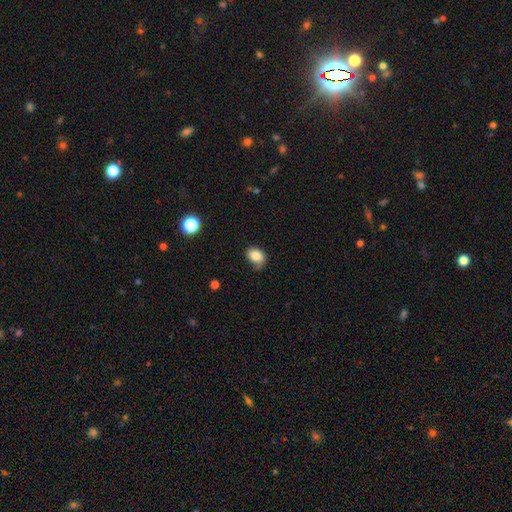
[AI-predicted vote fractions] Overall: smooth (83%). How rounded: in between (61%; round 38%). Merging: none (53%; minor disturbance 34%).